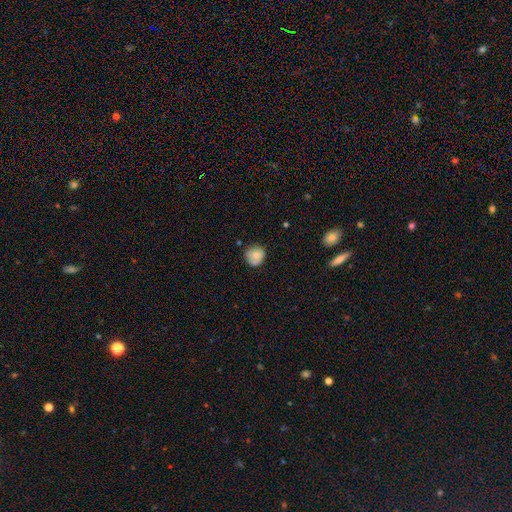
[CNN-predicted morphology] type=smooth (76%); roundness=round (87%); merging=none (70%).